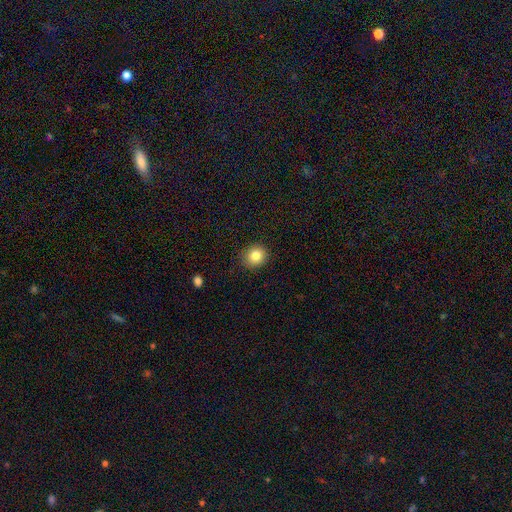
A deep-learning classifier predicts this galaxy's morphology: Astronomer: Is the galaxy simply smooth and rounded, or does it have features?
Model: smooth — 84%.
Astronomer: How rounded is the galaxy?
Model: round — 79%.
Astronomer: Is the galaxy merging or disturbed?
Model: none — 89%.